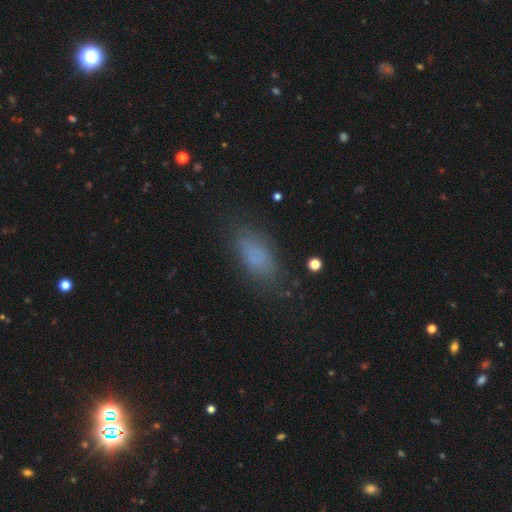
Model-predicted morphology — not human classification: A smooth galaxy with no disk features (77%) that is in between round and cigar-shaped (84%). Merging: none (73%).